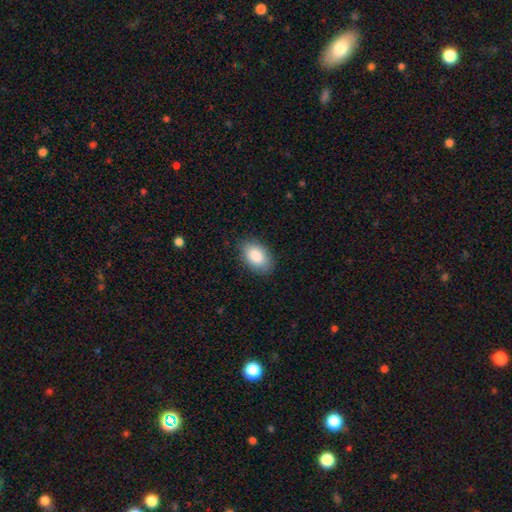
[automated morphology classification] A smooth galaxy with no disk features (87%) that is in between round and cigar-shaped (91%).

Vote fractions:
- Smooth or featured? smooth: 87% / featured or disk: 7% / star or artifact: 7%
- How rounded? in between: 91% / round: 8% / cigar-shaped: 1%
- Merging? none: 86% / minor disturbance: 10% / major disturbance: 2% / merger: 1%